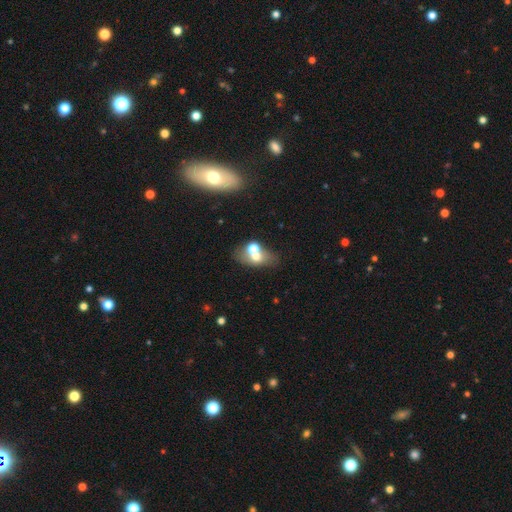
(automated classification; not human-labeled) Smooth or featured?
  - smooth: 59% *
  - featured or disk: 29%
  - star or artifact: 12%
How rounded?
  - in between: 72% *
  - round: 24%
  - cigar-shaped: 3%
Merging?
  - none: 42% * (tied)
  - merger: 42% * (tied)
  - minor disturbance: 11%
  - major disturbance: 6%